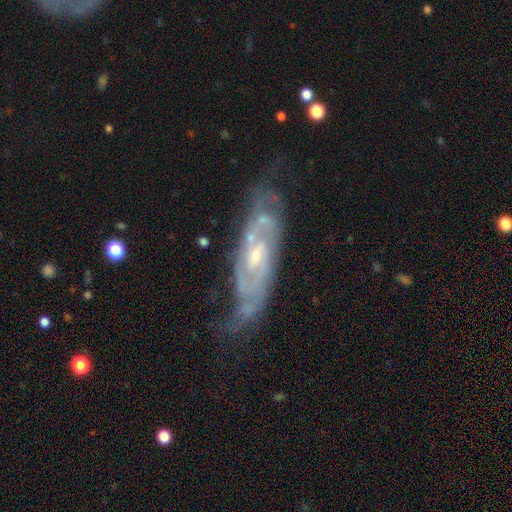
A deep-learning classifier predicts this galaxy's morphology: A featured or disk galaxy (86%) with no bar (51%), 2 (47%) tight (57%) spiral arms (94%) and a small central bulge (59%). Merging: none (65%).